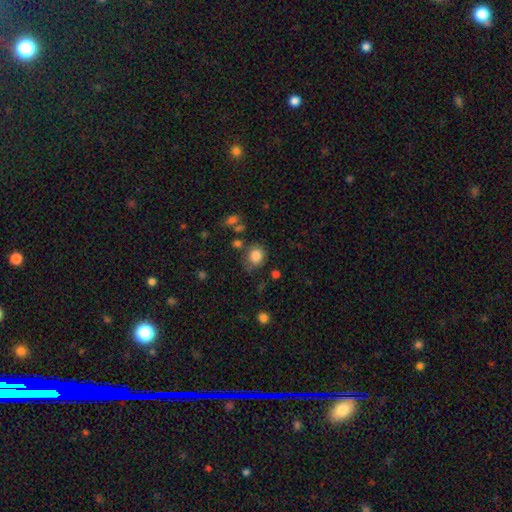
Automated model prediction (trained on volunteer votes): This is clearly a smooth galaxy (84%). How rounded: likely round (74%). Merging: likely none (70%).